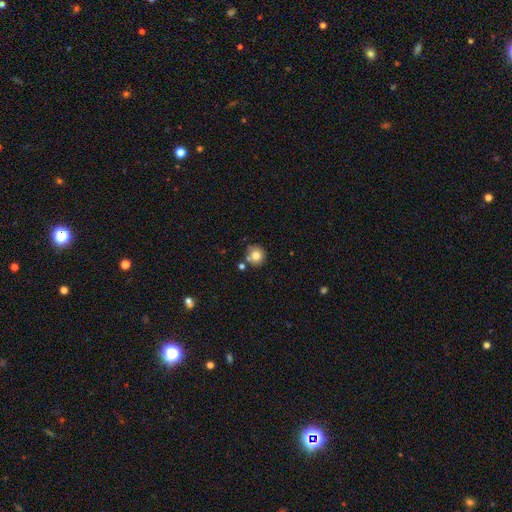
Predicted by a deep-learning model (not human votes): Smooth or featured? smooth (80%)
How rounded? round (92%)
Merging? none (72%)